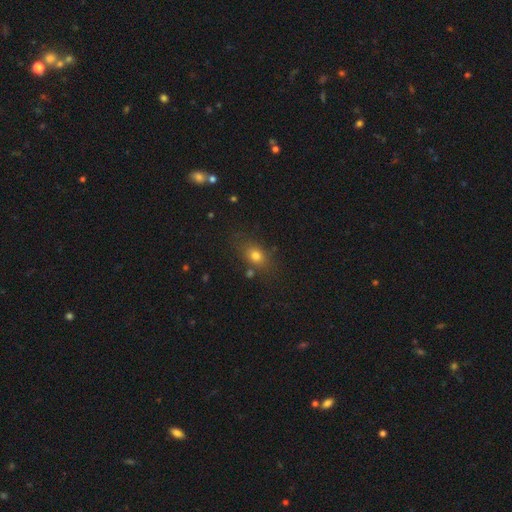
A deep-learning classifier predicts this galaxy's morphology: The model was most divided on "how rounded": in between: 65%, round: 31%, cigar-shaped: 3%. More confident: smooth or featured — smooth (75%); merging — none (75%).